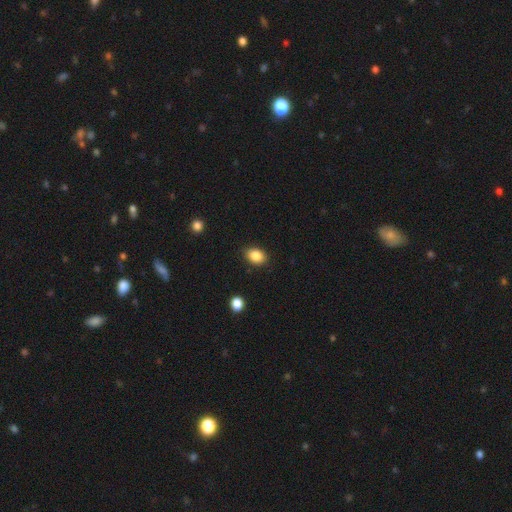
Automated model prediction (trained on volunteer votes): Smooth or featured: smooth — 87% (star or artifact — 9%)
How rounded: in between — 72% (round — 27%)
Merging: none — 85% (minor disturbance — 11%)